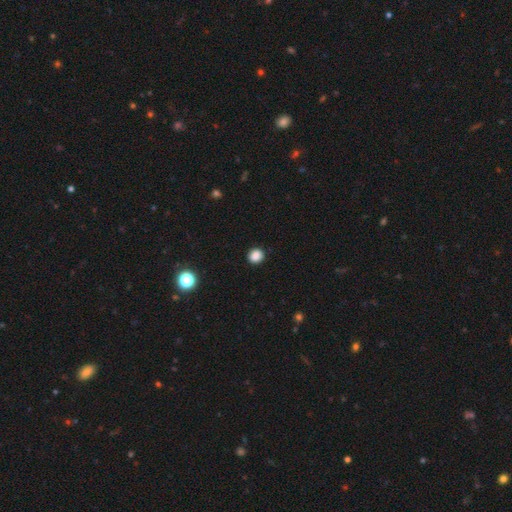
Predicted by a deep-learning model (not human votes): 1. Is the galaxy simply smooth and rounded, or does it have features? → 86% smooth, 11% star or artifact, 3% featured or disk.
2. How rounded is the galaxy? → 85% round, 14% in between, 1% cigar-shaped.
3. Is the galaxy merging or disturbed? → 91% none, 6% minor disturbance, 2% major disturbance, 1% merger.